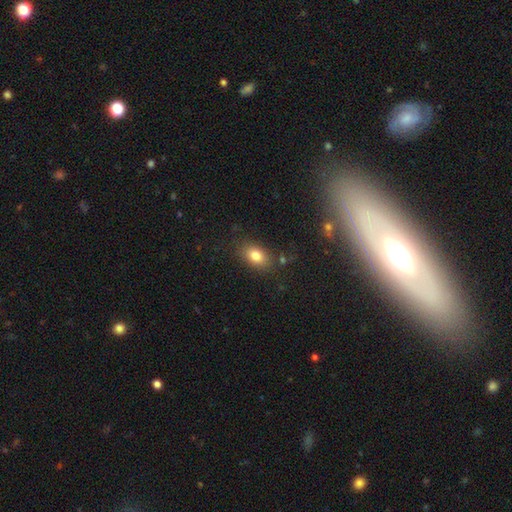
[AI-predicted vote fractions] The model was most divided on "how rounded": in between: 83%, round: 15%, cigar-shaped: 2%. More confident: merging — none (81%); smooth or featured — smooth (81%).